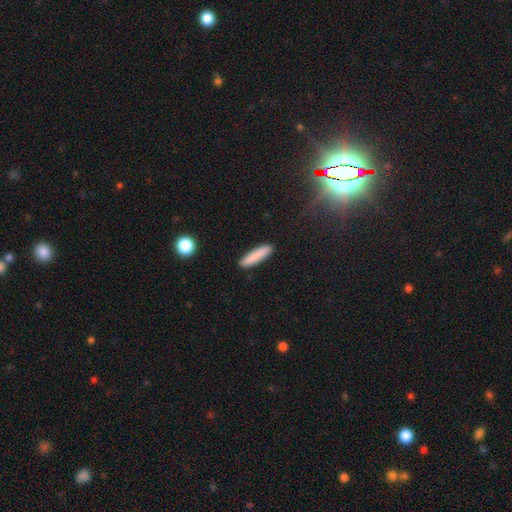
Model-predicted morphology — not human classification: Q: Smooth or featured?
A: smooth (87%); runner-up: featured or disk (7%)
Q: How rounded?
A: cigar-shaped (83%); runner-up: in between (16%)
Q: Merging?
A: none (91%); runner-up: minor disturbance (6%)